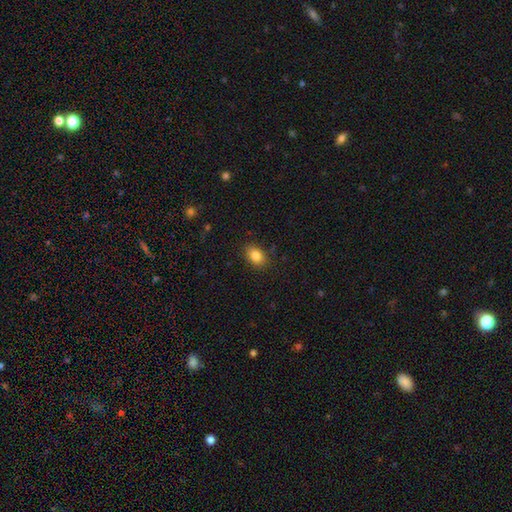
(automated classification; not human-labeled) The model was most divided on "how rounded": in between: 80%, round: 18%, cigar-shaped: 1%. More confident: merging — none (85%); smooth or featured — smooth (85%).